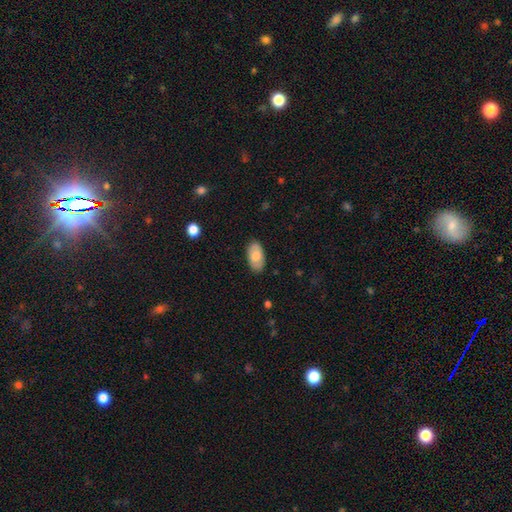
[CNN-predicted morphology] Smooth or featured? Predicted: smooth (p=0.75). How rounded? Predicted: in between (p=0.95). Merging? Predicted: none (p=0.87).